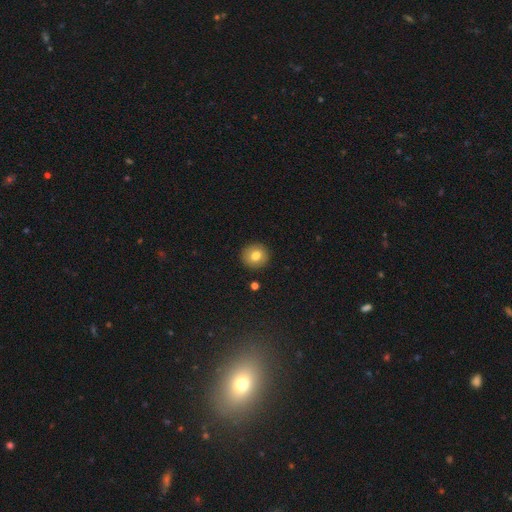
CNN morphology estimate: This appears to be a smooth galaxy with no disk features (78%) that is round (91%). Merging: none (91%).